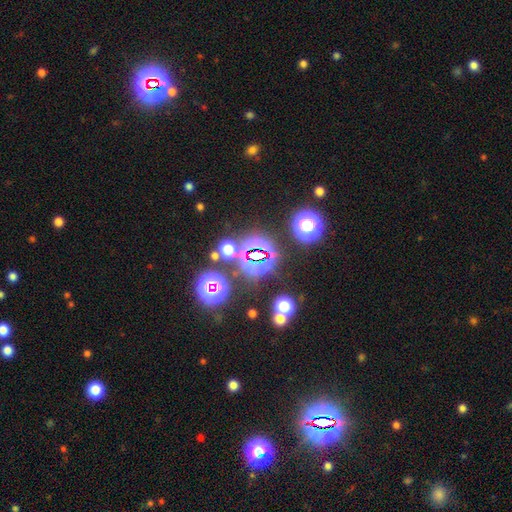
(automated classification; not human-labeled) star or artifact 73%, smooth 18%, featured or disk 9%.